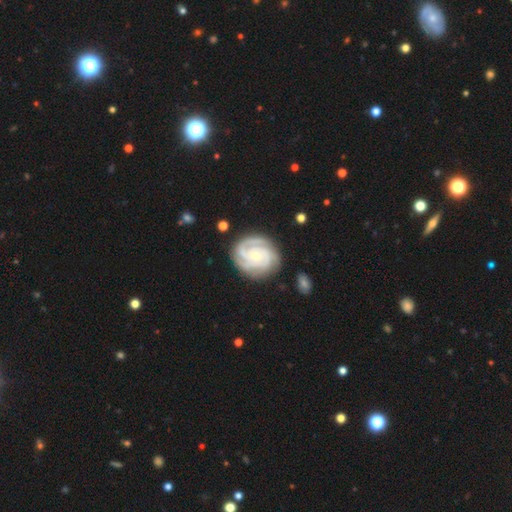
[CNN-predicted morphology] smooth-or-featured: featured or disk: 90% | smooth: 6% | star or artifact: 4%
  disk-edge-on: no: 98% | yes: 2%
    bar: no: 71% | weak: 22% | strong: 7%
    has-spiral-arms: yes: 98% | no: 2%
      spiral-winding: tight: 76% | medium: 21% | loose: 3%
      spiral-arm-count: 3: 45% | 2: 18% | 4: 13% | can't tell: 13% | more than 4: 5% | 1: 5%
    bulge-size: small: 57% | moderate: 40% | large: 1% | none: 1% | dominant: 1%
  merging: none: 80% | minor disturbance: 15% | major disturbance: 4% | merger: 2%